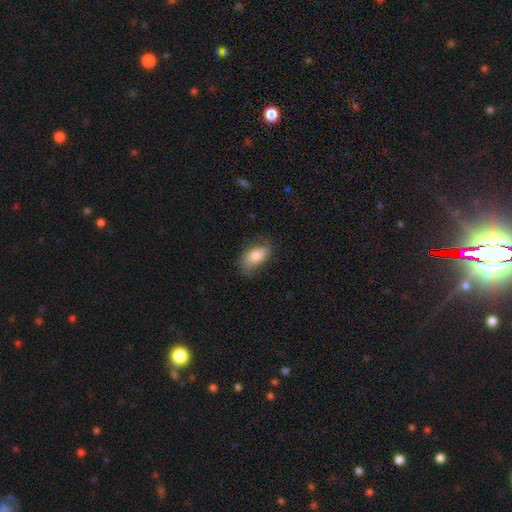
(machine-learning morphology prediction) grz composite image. It shows a smooth galaxy with no disk features (70%) that is in between round and cigar-shaped (91%). Merging: none (66%).